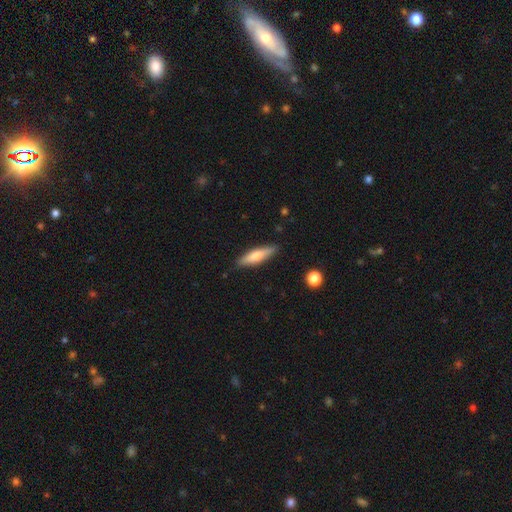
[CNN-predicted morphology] A smooth galaxy with no disk features (64%) that is cigar-shaped (72%). Merging: none (87%).